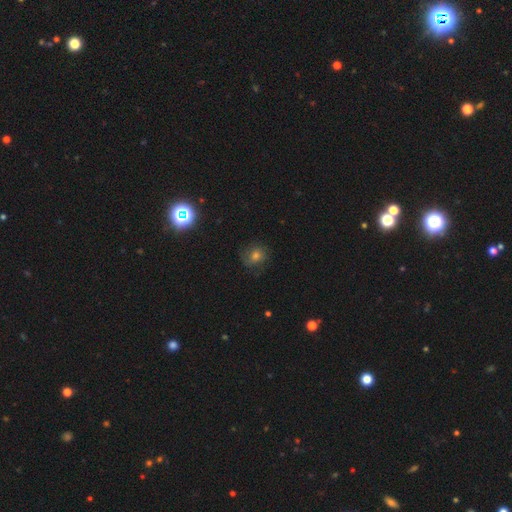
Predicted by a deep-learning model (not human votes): Morphology: type=smooth (49%); merging=none (72%).